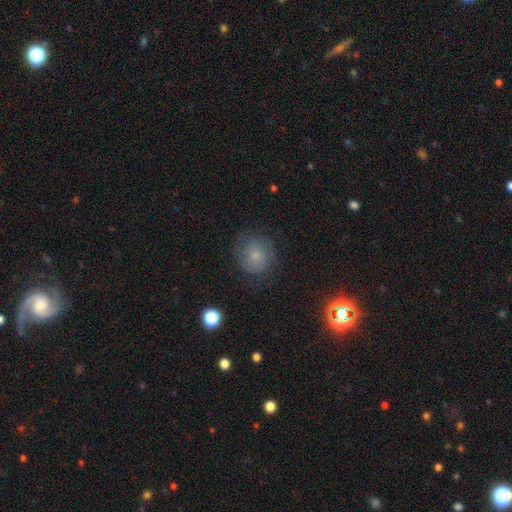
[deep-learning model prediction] The model was most divided on "smooth or featured": smooth: 46%, featured or disk: 39%, star or artifact: 15%. More confident: merging — none (75%).